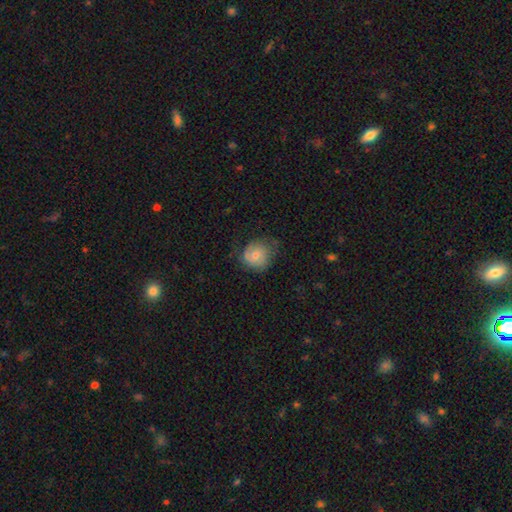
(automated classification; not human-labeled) The model was most divided on "merging": none: 54%, minor disturbance: 30%, major disturbance: 15%, merger: 1%. More confident: how rounded — round (75%); smooth or featured — smooth (60%).